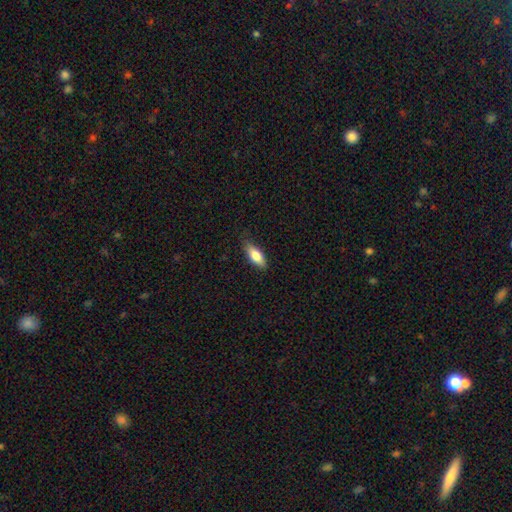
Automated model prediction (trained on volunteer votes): Morphology: type=smooth (75%); roundness=in between (73%); merging=none (82%).